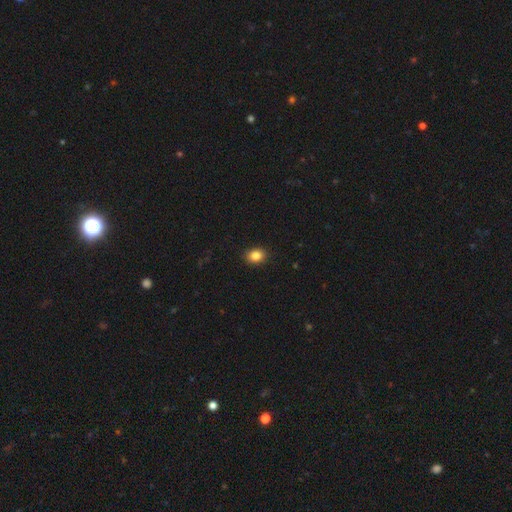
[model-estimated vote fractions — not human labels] Smooth or featured? Predicted: smooth (p=0.85). How rounded? Predicted: in between (p=0.56). Merging? Predicted: none (p=0.90).